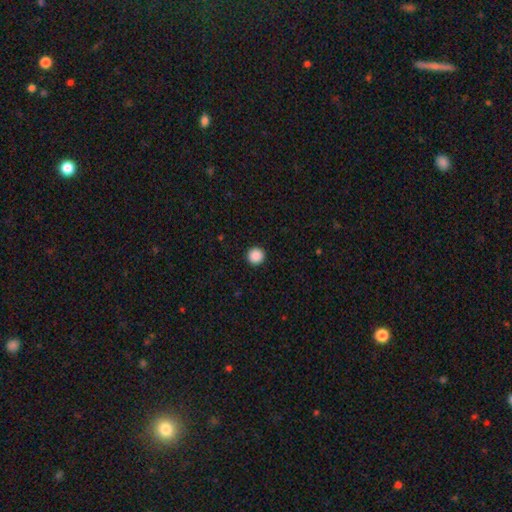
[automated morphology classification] Smooth or featured? smooth (89%)
How rounded? round (96%)
Merging? none (94%)